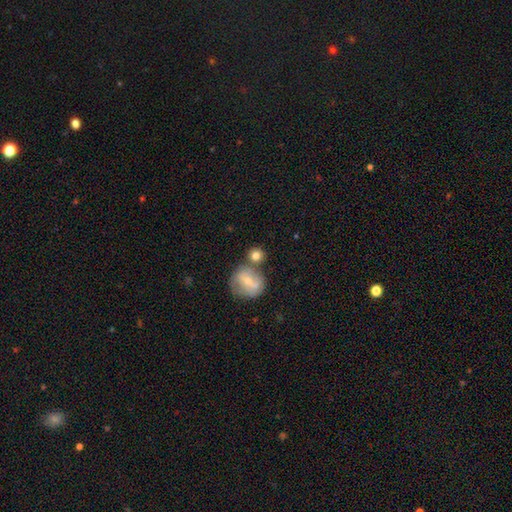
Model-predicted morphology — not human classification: Overall: smooth (75%). How rounded: round (88%). Merging: none (56%; merger 31%).